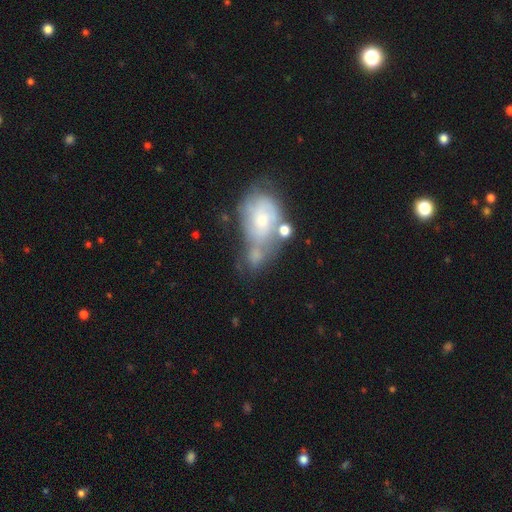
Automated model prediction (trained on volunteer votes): Overall: smooth (47%; featured or disk 40%). Merging: merger (33%; none 30%).